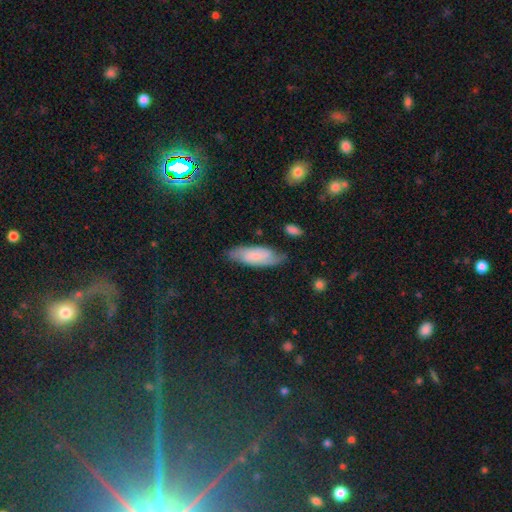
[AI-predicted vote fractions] Overall: smooth (51%; featured or disk 40%). How rounded: in between (64%; cigar-shaped 34%). Merging: none (75%).